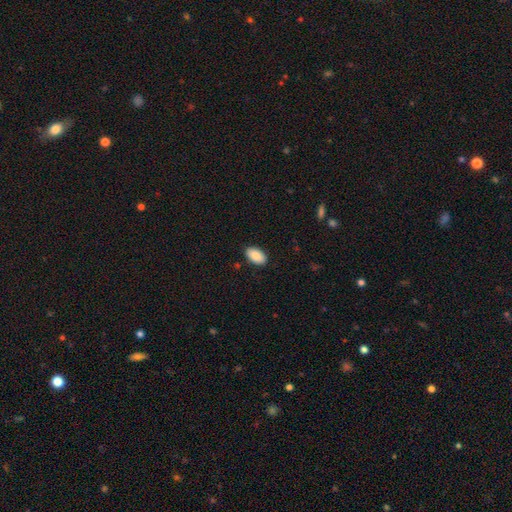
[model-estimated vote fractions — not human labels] Smooth or featured? Predicted: smooth (p=0.88). How rounded? Predicted: in between (p=0.94). Merging? Predicted: none (p=0.88).